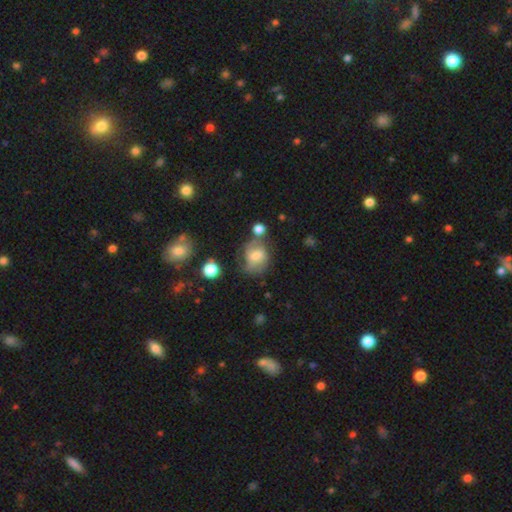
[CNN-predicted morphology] Smooth or featured? smooth (53%)
How rounded? round (58%)
Merging? none (43%)